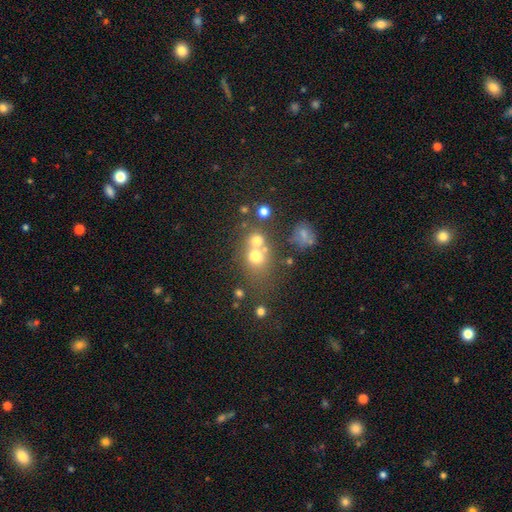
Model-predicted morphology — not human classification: This is likely a smooth galaxy (63%). How rounded: likely round (72%). Merging: possibly merger (46%).